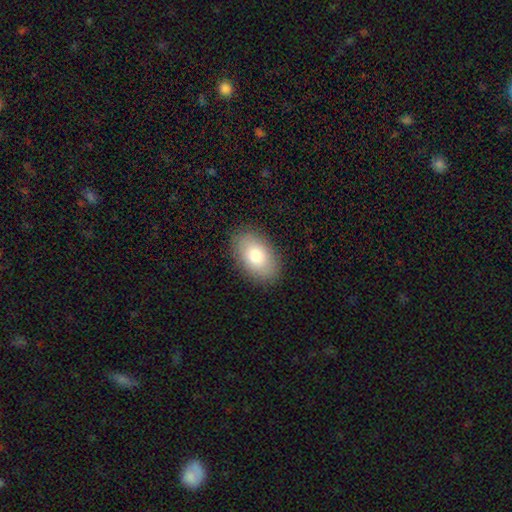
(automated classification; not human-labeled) Overall: smooth (78%). How rounded: in between (92%). Merging: none (87%).